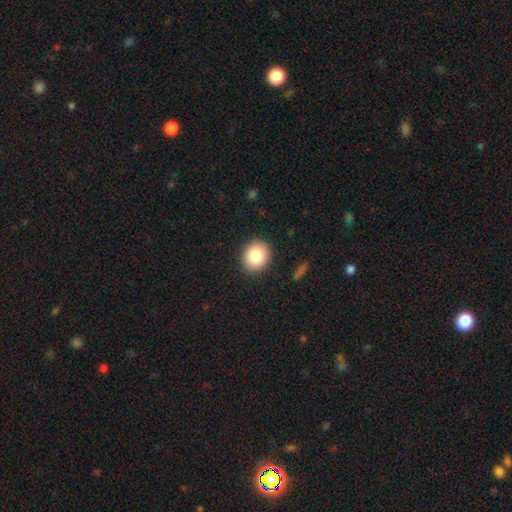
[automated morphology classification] Overall: smooth (85%). How rounded: round (66%; in between 33%). Merging: none (90%).